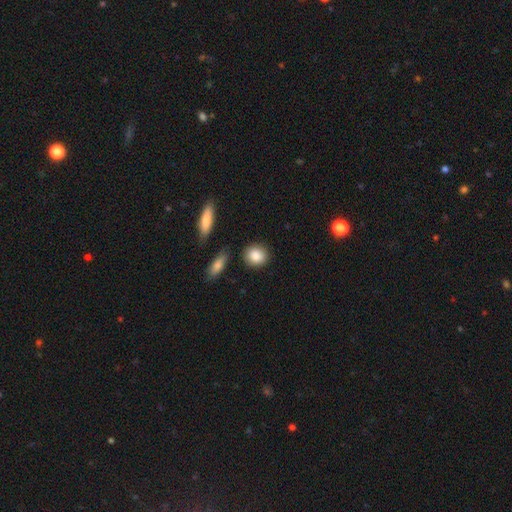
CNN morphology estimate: A smooth galaxy with no disk features (88%) that is round (60%). Merging: none (83%).